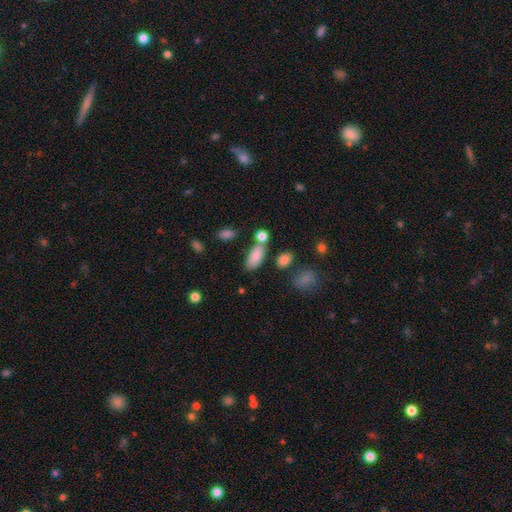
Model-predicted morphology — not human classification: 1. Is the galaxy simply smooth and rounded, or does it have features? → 84% smooth, 8% star or artifact, 8% featured or disk.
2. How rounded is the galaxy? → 88% in between, 8% cigar-shaped, 4% round.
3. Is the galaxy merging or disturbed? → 65% none, 16% merger, 14% minor disturbance, 5% major disturbance.